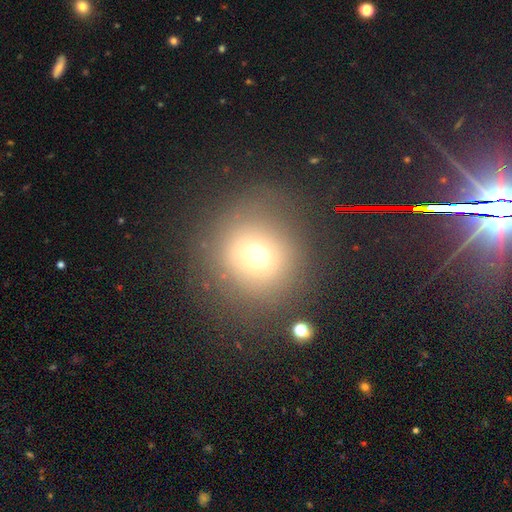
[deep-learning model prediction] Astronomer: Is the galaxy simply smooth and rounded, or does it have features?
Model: smooth — 67%.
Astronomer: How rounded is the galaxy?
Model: round — 90%.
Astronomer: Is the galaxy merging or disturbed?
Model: none — 78%.